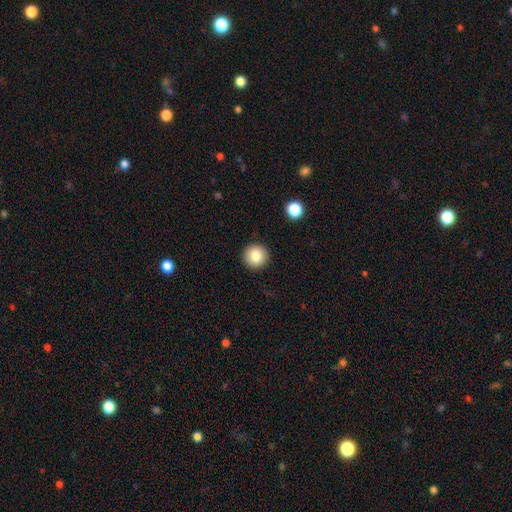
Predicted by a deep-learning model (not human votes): Smooth or featured? smooth (82%)
How rounded? round (94%)
Merging? none (92%)